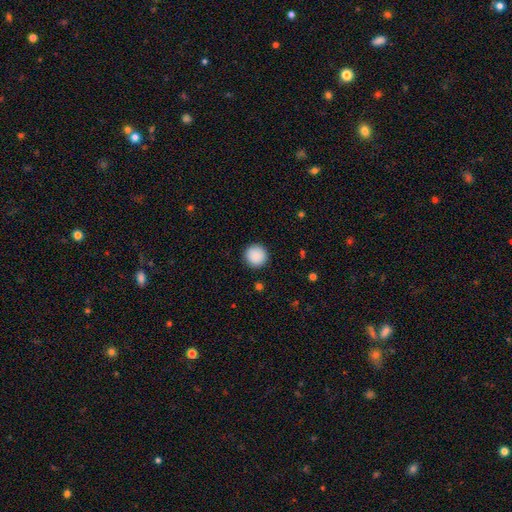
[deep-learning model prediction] Smooth or featured? Predicted: smooth (p=0.89). How rounded? Predicted: round (p=0.96). Merging? Predicted: none (p=0.92).